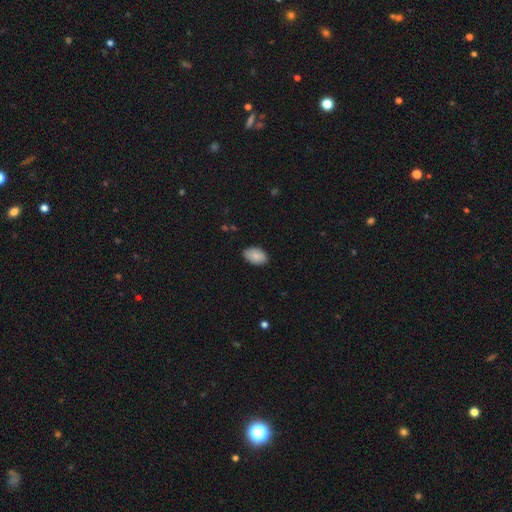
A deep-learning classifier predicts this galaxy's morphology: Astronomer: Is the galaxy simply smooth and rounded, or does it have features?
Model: smooth — 84%.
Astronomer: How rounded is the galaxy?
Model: in between — 92%.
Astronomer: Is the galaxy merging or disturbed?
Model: none — 86%.